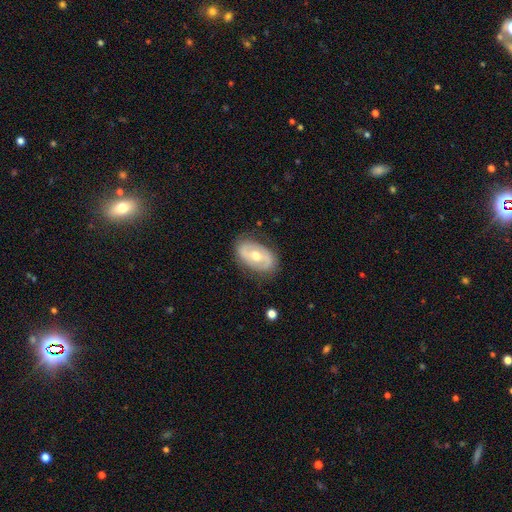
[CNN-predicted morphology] smooth_or_featured: featured or disk (p=0.67) [alt: smooth p=0.28]
disk_edge_on: no (p=0.94) [alt: yes p=0.06]
bar: no (p=0.41) [alt: weak p=0.38]
has_spiral_arms: yes (p=0.62) [alt: no p=0.38]
bulge_size: moderate (p=0.74) [alt: small p=0.20]
merging: none (p=0.78) [alt: minor disturbance p=0.16]